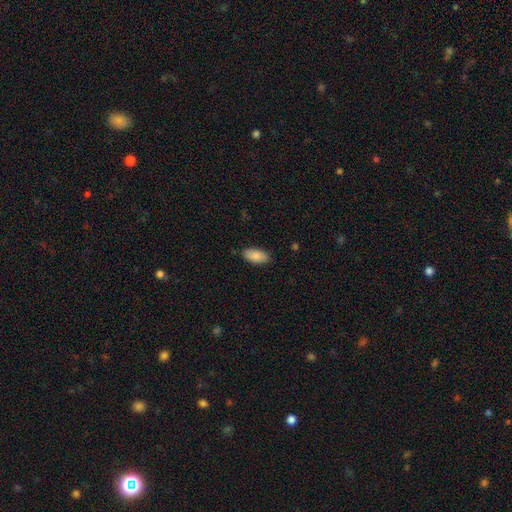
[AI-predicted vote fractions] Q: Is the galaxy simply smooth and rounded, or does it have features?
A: smooth — 84%.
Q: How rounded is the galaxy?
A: in between — 94%.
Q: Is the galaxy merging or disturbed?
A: none — 86%.